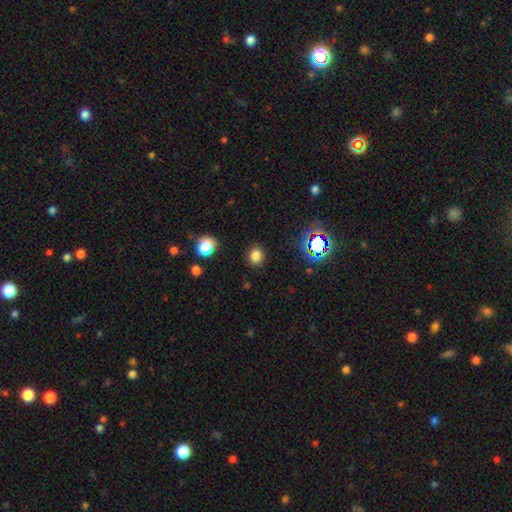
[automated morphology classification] smooth-or-featured: smooth: 79% | star or artifact: 16% | featured or disk: 5%
  how-rounded: round: 66% | in between: 33% | cigar-shaped: 1%
  merging: none: 88% | minor disturbance: 8% | major disturbance: 3% | merger: 2%